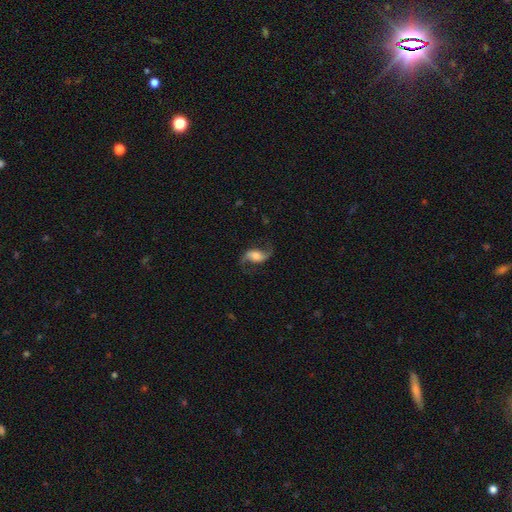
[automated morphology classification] Smooth or featured? featured or disk (79%)
Edge-on disk? no (95%)
Bar? no (44%)
Spiral arms? yes (94%)
Spiral winding? loose (76%)
Spiral arm count? 2 (93%)
Bulge size? moderate (50%)
Merging? none (76%)